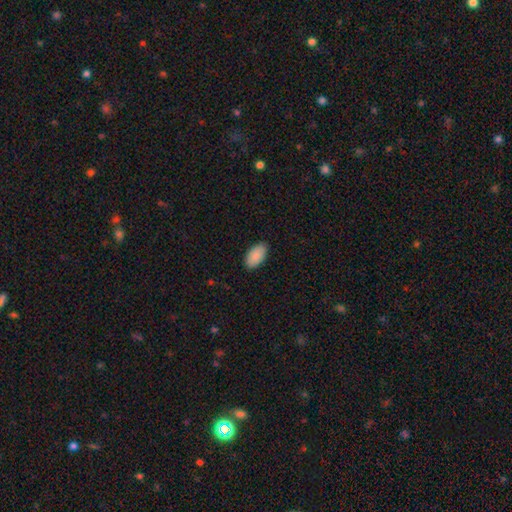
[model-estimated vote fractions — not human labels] smooth_or_featured: smooth (p=0.88) [alt: star or artifact p=0.06]
how_rounded: in between (p=0.96) [alt: round p=0.03]
merging: none (p=0.88) [alt: minor disturbance p=0.09]